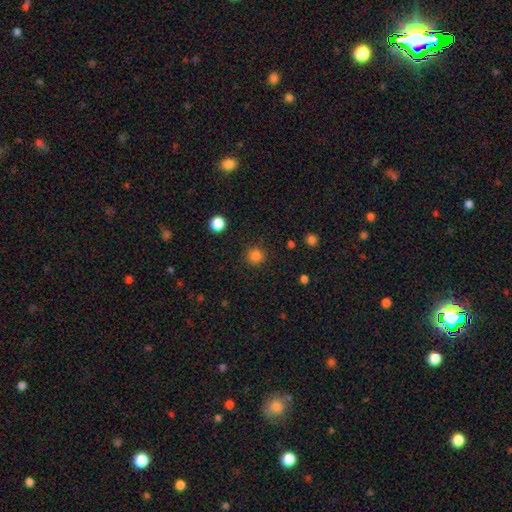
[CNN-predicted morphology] Smooth or featured: smooth — 83% (star or artifact — 13%)
How rounded: round — 95% (in between — 5%)
Merging: none — 90% (minor disturbance — 6%)